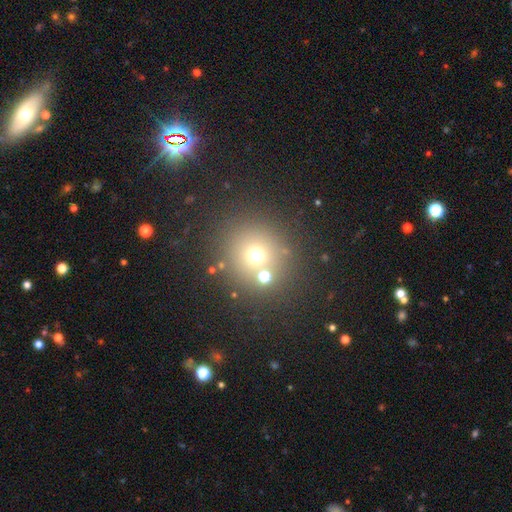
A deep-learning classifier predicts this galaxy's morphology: Smooth or featured? Predicted: smooth (p=0.65). How rounded? Predicted: round (p=0.91). Merging? Predicted: none (p=0.74).